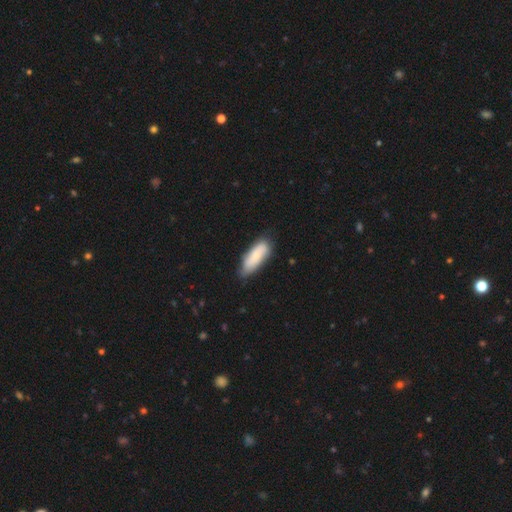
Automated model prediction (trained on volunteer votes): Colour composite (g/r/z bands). It shows a smooth galaxy with no disk features (79%) that is in between round and cigar-shaped (65%). Merging: none (69%).